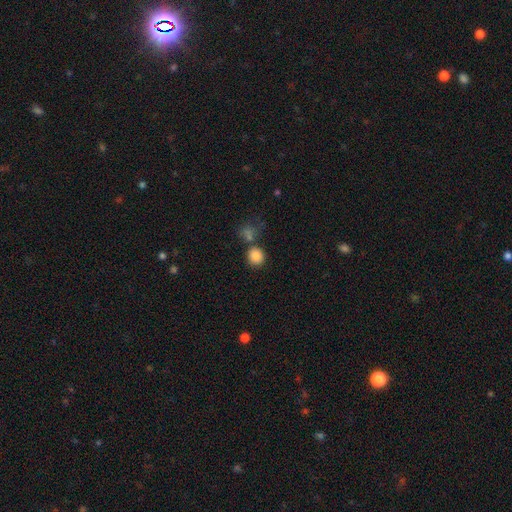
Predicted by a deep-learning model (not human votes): Smooth or featured? Predicted: smooth (p=0.85). How rounded? Predicted: round (p=0.85). Merging? Predicted: none (p=0.63).